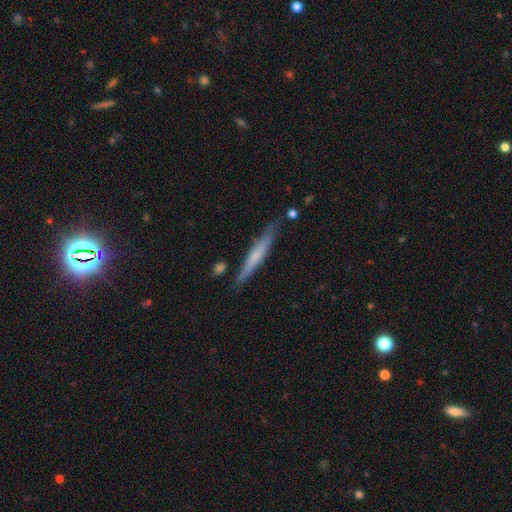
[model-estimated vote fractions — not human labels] Q: Smooth or featured?
A: smooth (47%); tied with: featured or disk (47%)
Q: Merging?
A: none (80%); runner-up: minor disturbance (14%)